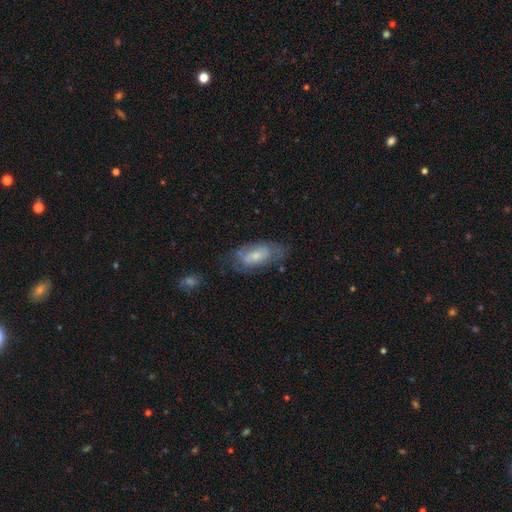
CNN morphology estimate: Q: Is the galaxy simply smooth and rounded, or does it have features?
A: smooth — 50%.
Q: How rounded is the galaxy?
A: in between — 87%.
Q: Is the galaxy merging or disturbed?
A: none — 55%.